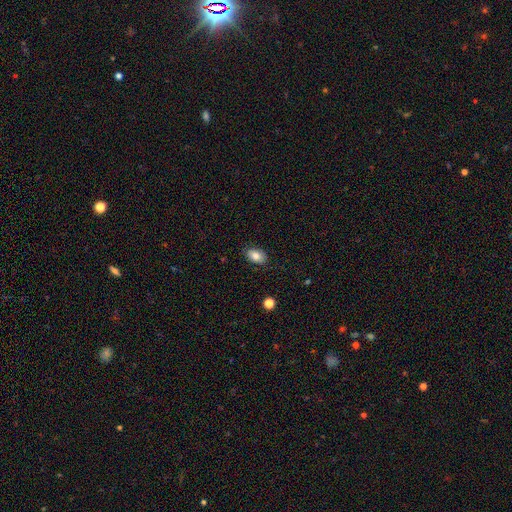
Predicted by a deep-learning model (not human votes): The model was most divided on "smooth or featured": smooth: 79%, featured or disk: 13%, star or artifact: 8%. More confident: how rounded — in between (88%); merging — none (84%).